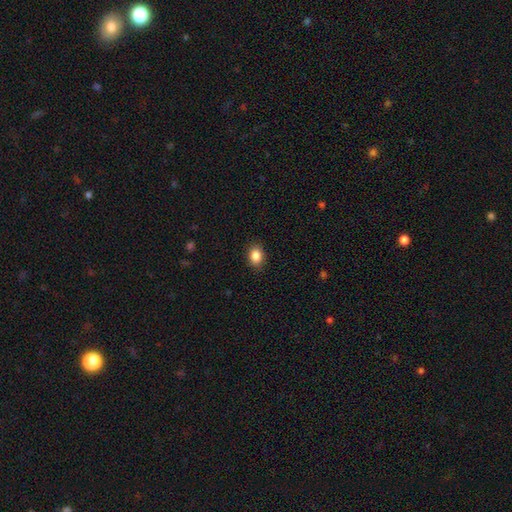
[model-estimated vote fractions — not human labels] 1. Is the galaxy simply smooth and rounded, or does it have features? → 87% smooth, 9% star or artifact, 4% featured or disk.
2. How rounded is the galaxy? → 62% in between, 37% round, 1% cigar-shaped.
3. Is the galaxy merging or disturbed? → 89% none, 8% minor disturbance, 2% major disturbance, 1% merger.